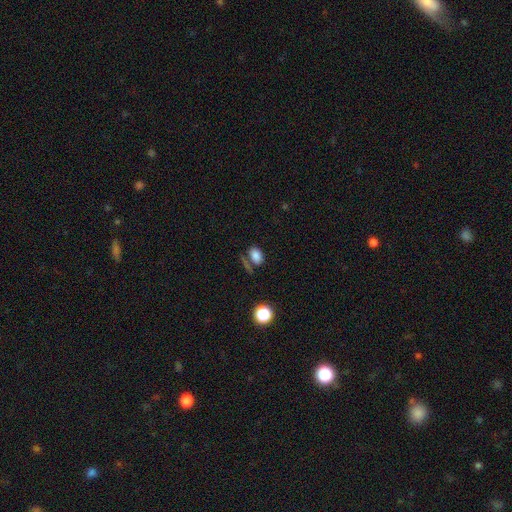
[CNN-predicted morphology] This is likely a smooth galaxy (80%). How rounded: clearly in between (84%). Merging: likely none (62%).